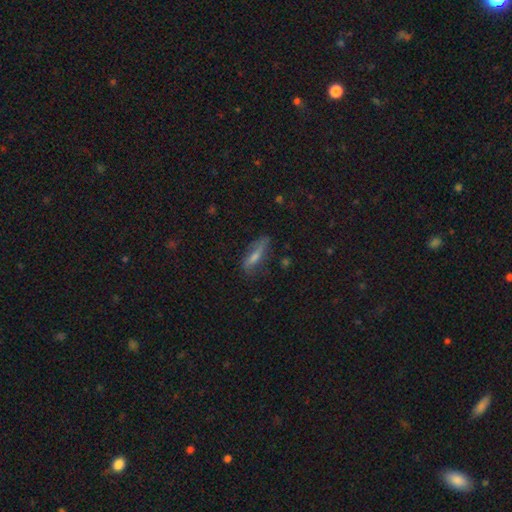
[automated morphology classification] The model was most divided on "smooth or featured": smooth: 54%, featured or disk: 36%, star or artifact: 10%. More confident: merging — none (68%); how rounded — cigar-shaped (64%).